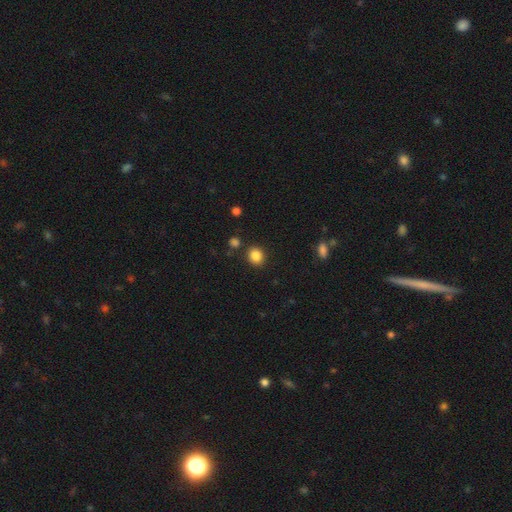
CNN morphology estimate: Smooth or featured? smooth (86%)
How rounded? round (75%)
Merging? none (86%)